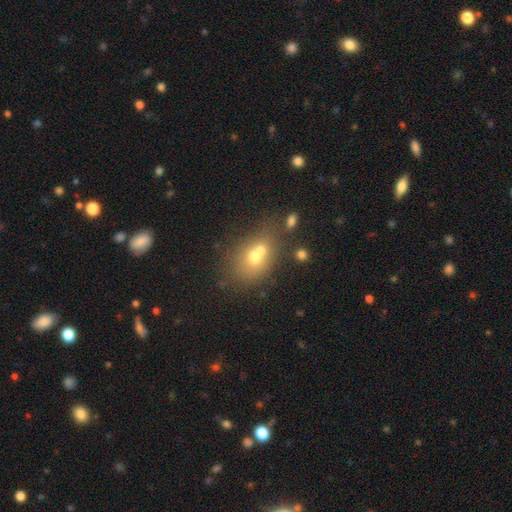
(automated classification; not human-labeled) This is likely a smooth galaxy (62%). How rounded: possibly in between (50%). Merging: possibly merger (54%).